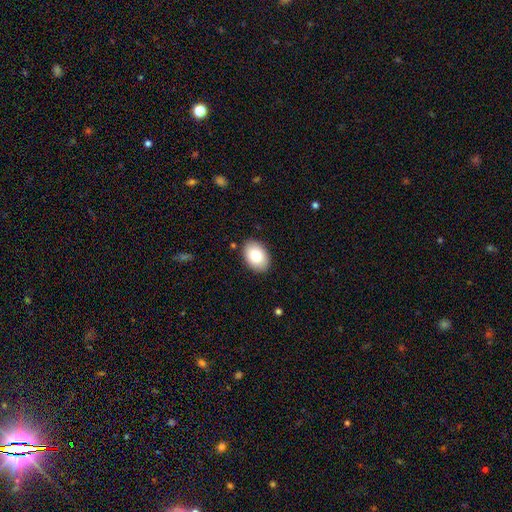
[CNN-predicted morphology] smooth 81%, featured or disk 12%, star or artifact 7%. Down the decision tree: how rounded — in between (83%); merging — none (88%).